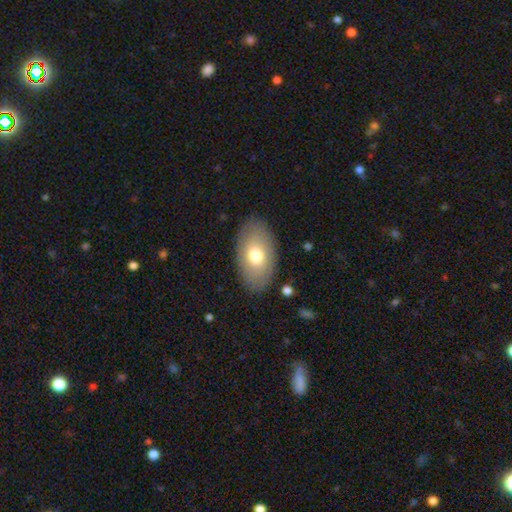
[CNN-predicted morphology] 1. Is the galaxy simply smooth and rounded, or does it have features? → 71% smooth, 22% featured or disk, 7% star or artifact.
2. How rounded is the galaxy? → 93% in between, 6% round, 2% cigar-shaped.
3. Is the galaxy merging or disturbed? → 85% none, 10% minor disturbance, 3% major disturbance, 1% merger.